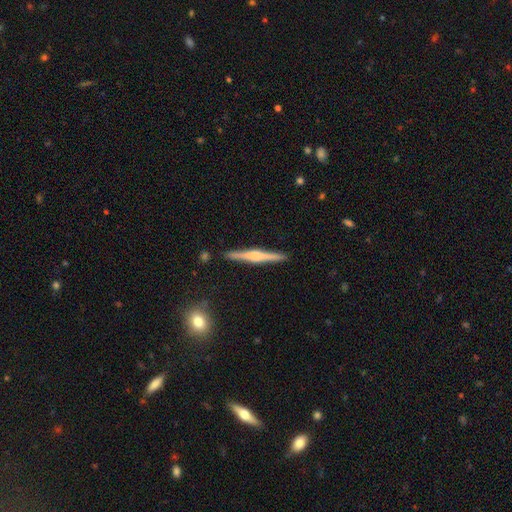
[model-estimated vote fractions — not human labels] Smooth or featured? Predicted: featured or disk (p=0.72). Edge-on disk? Predicted: yes (p=0.98). Edge-on bulge? Predicted: rounded (p=0.77). Merging? Predicted: none (p=0.91).